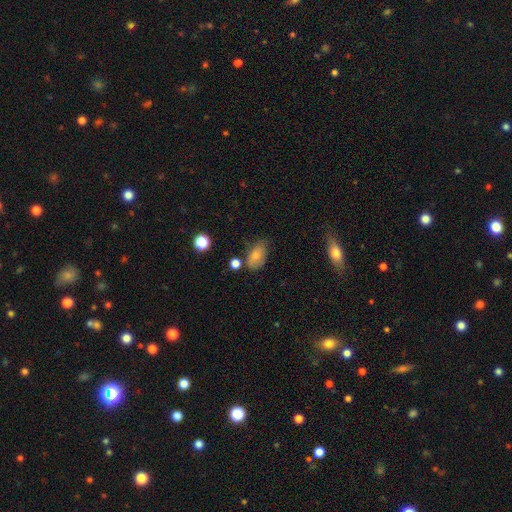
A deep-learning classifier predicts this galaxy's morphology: This appears to be a smooth galaxy with no disk features (77%) that is in between round and cigar-shaped (90%). Merging: none (58%).